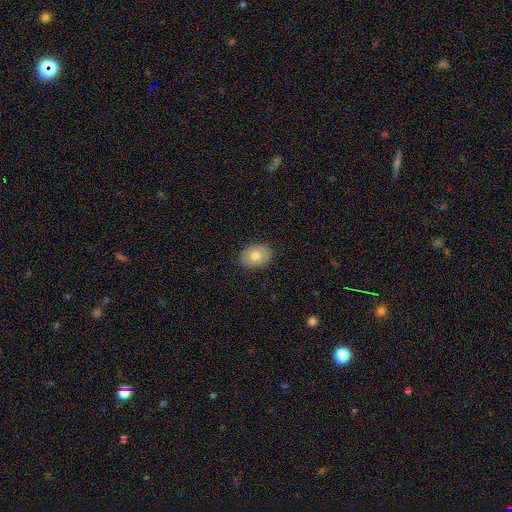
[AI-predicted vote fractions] Q: Smooth or featured?
A: smooth (75%); runner-up: featured or disk (18%)
Q: How rounded?
A: in between (77%); runner-up: round (22%)
Q: Merging?
A: none (88%); runner-up: minor disturbance (9%)